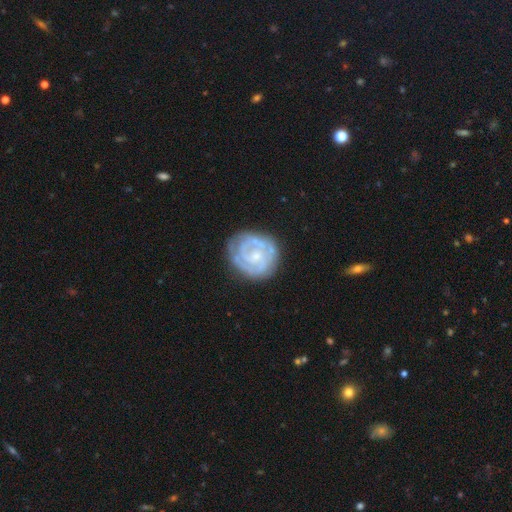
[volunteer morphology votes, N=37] Overall: featured or disk (84%). Edge-on disk: no (100%). Bar: no (74%). Spiral arms: yes (94%). Spiral arm count: 2 (79%). Spiral winding: tight (76%). Bulge size: small (68%). Merging: none (86%).